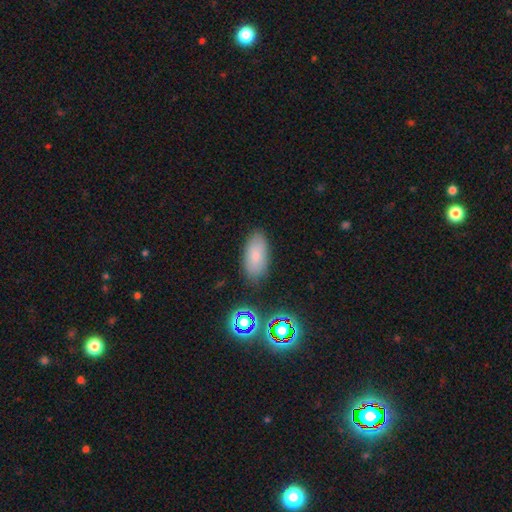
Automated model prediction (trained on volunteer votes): Smooth or featured: smooth — 78% (star or artifact — 11%)
How rounded: in between — 92% (cigar-shaped — 5%)
Merging: none — 84% (minor disturbance — 11%)